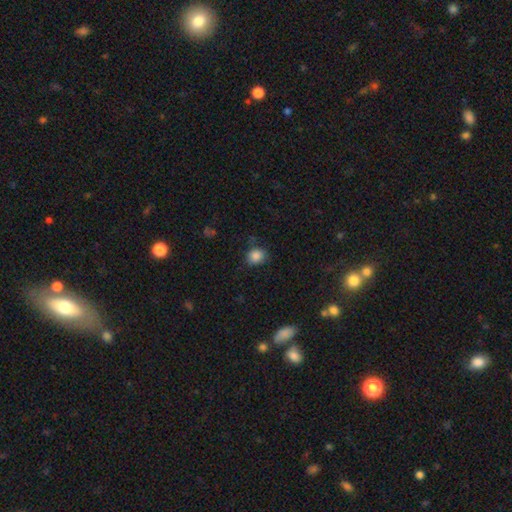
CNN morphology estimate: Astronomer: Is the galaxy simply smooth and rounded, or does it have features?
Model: smooth — 85%.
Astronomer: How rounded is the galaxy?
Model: round — 58% (runner-up: in between, 41%).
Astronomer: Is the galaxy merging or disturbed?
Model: none — 75%.